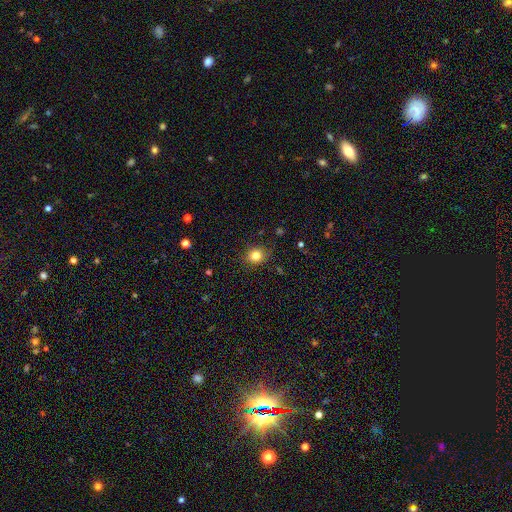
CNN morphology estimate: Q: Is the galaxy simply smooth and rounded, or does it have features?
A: smooth — 81%.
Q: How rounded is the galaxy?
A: round — 76%.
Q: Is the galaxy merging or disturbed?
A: none — 87%.